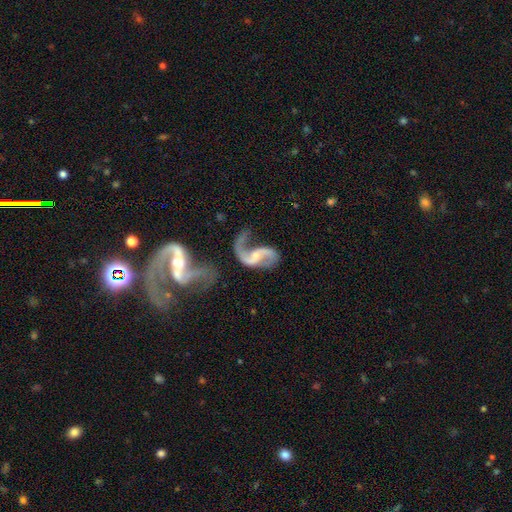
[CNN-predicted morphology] Smooth or featured: featured or disk — 90% (smooth — 5%)
Edge-on disk: no — 98% (yes — 2%)
Bar: no — 42% (weak — 41%)
Spiral arms: yes — 96% (no — 4%)
Spiral winding: loose — 77% (medium — 19%)
Spiral arm count: 2 — 88% (1 — 7%)
Bulge size: small — 59% (moderate — 32%)
Merging: none — 44% (major disturbance — 25%)